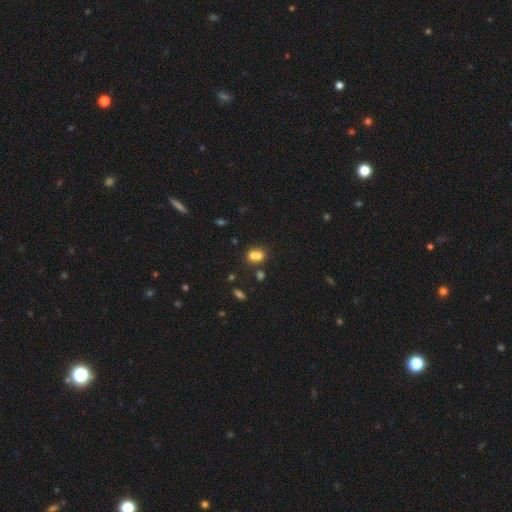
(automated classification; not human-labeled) A smooth galaxy with no disk features (68%) that is round (61%). Merging: merger (61%).